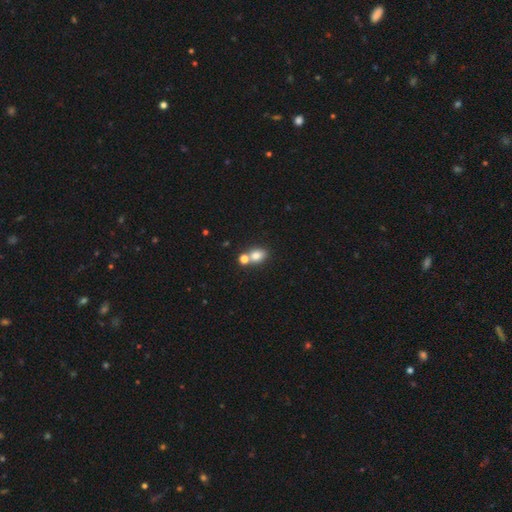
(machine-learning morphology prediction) The model was most divided on "merging": none: 50%, merger: 38%, minor disturbance: 9%, major disturbance: 3%. More confident: smooth or featured — smooth (79%); how rounded — in between (60%).